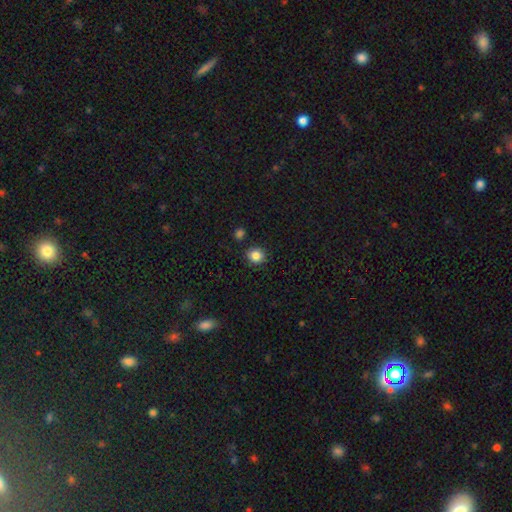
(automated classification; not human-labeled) smooth-or-featured: smooth: 85% | star or artifact: 11% | featured or disk: 5%
  how-rounded: round: 87% | in between: 12% | cigar-shaped: 1%
  merging: none: 87% | minor disturbance: 8% | merger: 3% | major disturbance: 2%